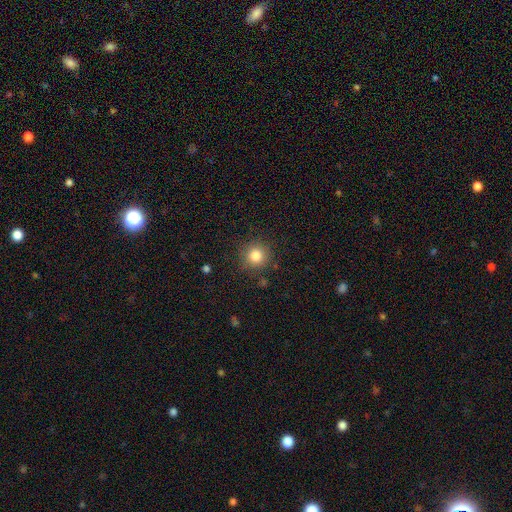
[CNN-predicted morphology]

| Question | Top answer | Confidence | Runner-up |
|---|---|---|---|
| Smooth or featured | smooth | 82% | star or artifact (12%) |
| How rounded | round | 94% | in between (5%) |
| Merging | none | 87% | minor disturbance (8%) |